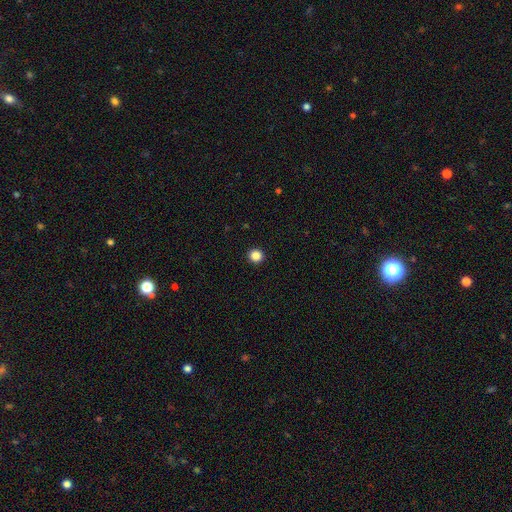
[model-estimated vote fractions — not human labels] Smooth or featured: smooth — 86% (star or artifact — 11%)
How rounded: round — 94% (in between — 5%)
Merging: none — 94% (minor disturbance — 4%)